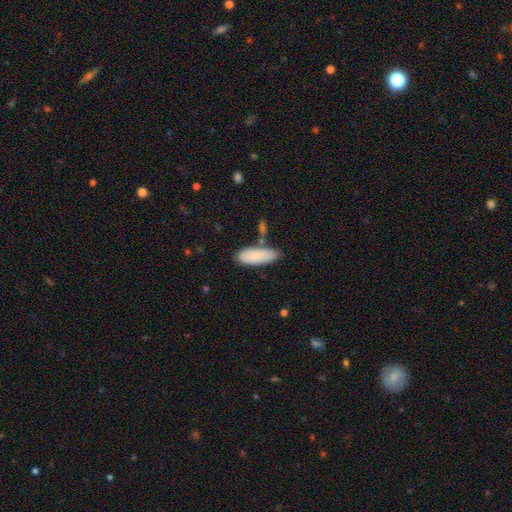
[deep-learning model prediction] Morphology: type=smooth (81%); roundness=in between (65%); merging=none (71%).